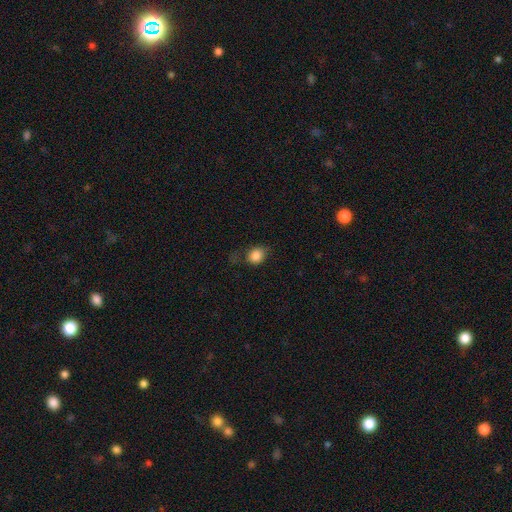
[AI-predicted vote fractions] A smooth galaxy with no disk features (84%) that is round (61%).

Vote fractions:
- Smooth or featured? smooth: 84% / star or artifact: 10% / featured or disk: 6%
- How rounded? round: 61% / in between: 38% / cigar-shaped: 1%
- Merging? none: 65% / minor disturbance: 24% / major disturbance: 10% / merger: 2%